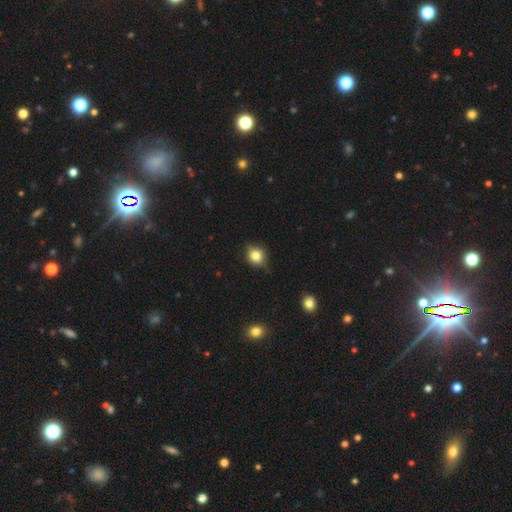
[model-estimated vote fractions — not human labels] This is likely a smooth galaxy (78%). How rounded: likely round (66%). Merging: likely none (75%).